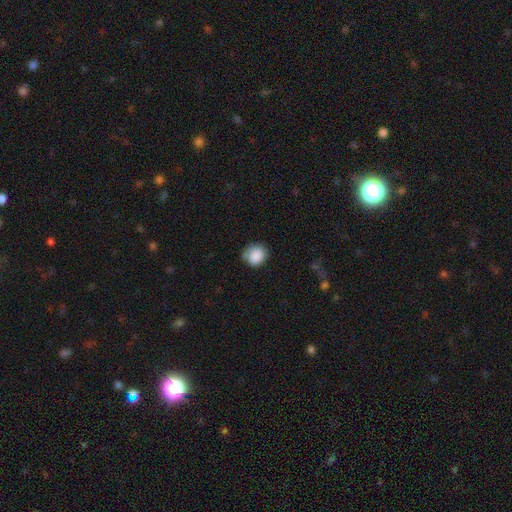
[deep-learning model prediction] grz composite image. It shows a smooth galaxy with no disk features (85%) that is round (75%). Merging: none (64%).